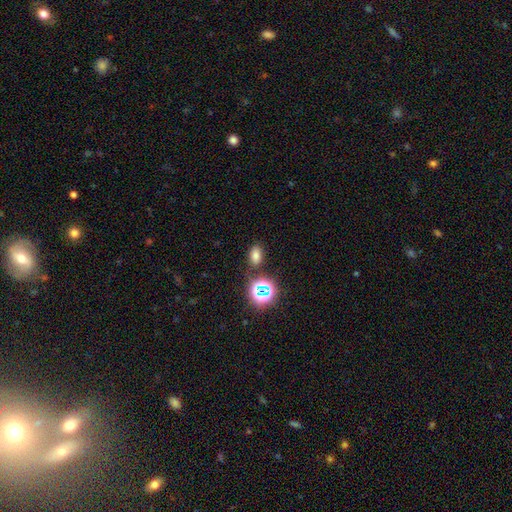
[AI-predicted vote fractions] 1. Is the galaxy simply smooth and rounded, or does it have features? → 71% smooth, 22% star or artifact, 7% featured or disk.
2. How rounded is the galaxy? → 83% in between, 15% round, 2% cigar-shaped.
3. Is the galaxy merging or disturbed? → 82% none, 10% minor disturbance, 5% merger, 3% major disturbance.